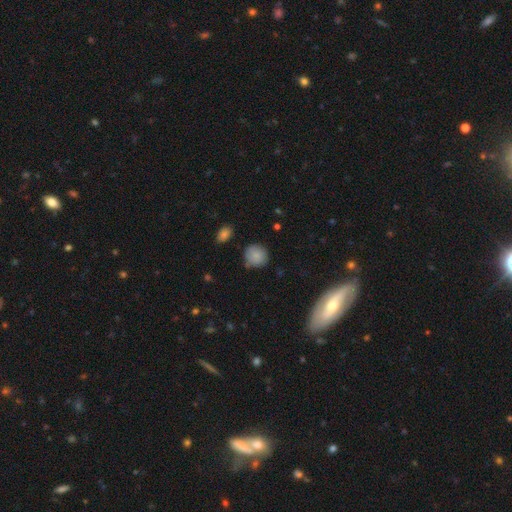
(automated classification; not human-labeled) A smooth galaxy with no disk features (83%) that is round (89%). Merging: none (75%).